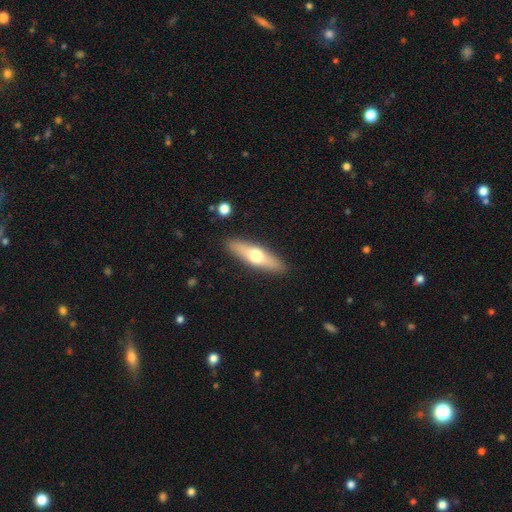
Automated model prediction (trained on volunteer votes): Morphology: type=smooth (53%); roundness=cigar-shaped (66%); merging=none (89%).